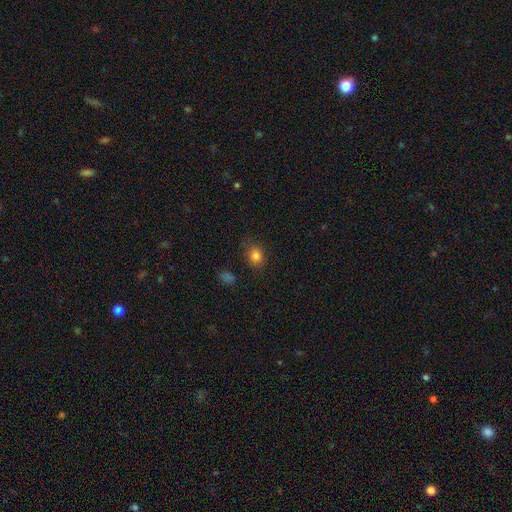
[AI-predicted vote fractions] Overall: smooth (81%). How rounded: round (52%; in between 47%). Merging: none (81%).